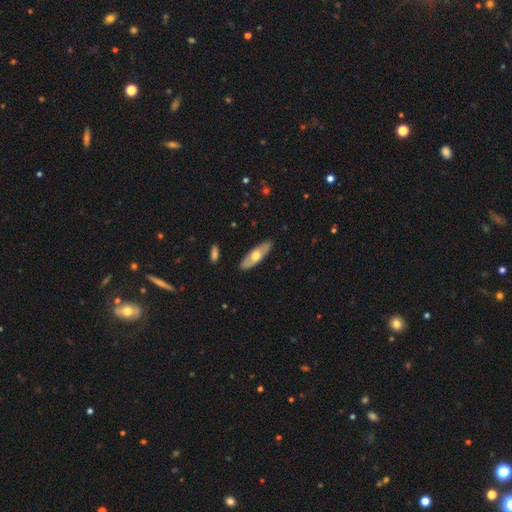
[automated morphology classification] This appears to be a smooth galaxy with no disk features (51%) that is in between round and cigar-shaped (60%). Merging: none (86%).